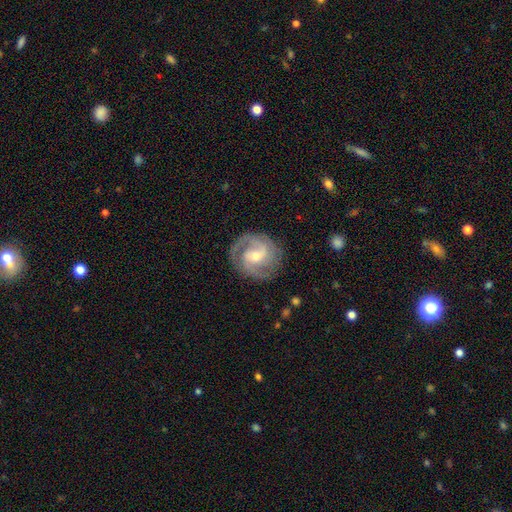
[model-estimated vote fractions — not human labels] Q: Smooth or featured?
A: featured or disk (87%); runner-up: smooth (8%)
Q: Edge-on disk?
A: no (98%); runner-up: yes (2%)
Q: Bar?
A: weak (49%); runner-up: no (33%)
Q: Spiral arms?
A: yes (97%); runner-up: no (3%)
Q: Spiral winding?
A: medium (47%); runner-up: tight (43%)
Q: Spiral arm count?
A: 2 (69%); runner-up: 3 (15%)
Q: Bulge size?
A: moderate (52%); runner-up: small (44%)
Q: Merging?
A: none (81%); runner-up: minor disturbance (13%)